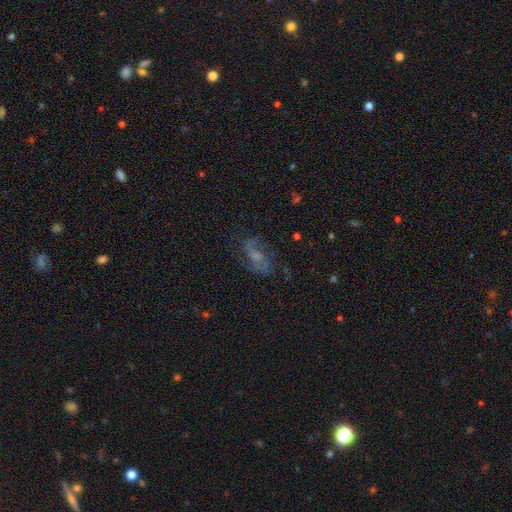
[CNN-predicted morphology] type=featured or disk (64%); edge-on=no (95%); bar=no (55%); spiral arms=yes (85%); winding=medium (45%); arm count=2 (77%); bulge=moderate (35%); merging=none (64%).